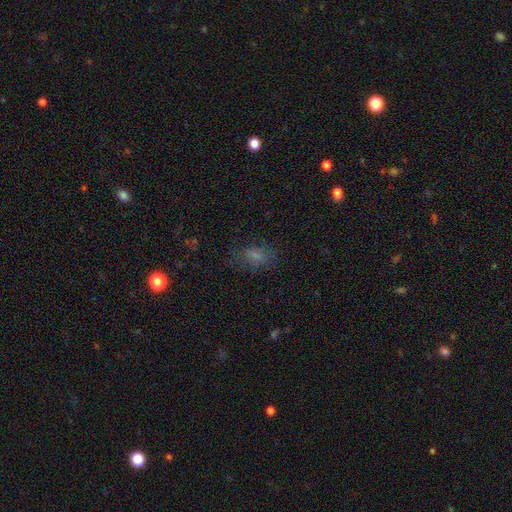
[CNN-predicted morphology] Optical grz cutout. It shows a smooth galaxy with no disk features (68%) that is in between round and cigar-shaped (83%). Merging: none (67%).